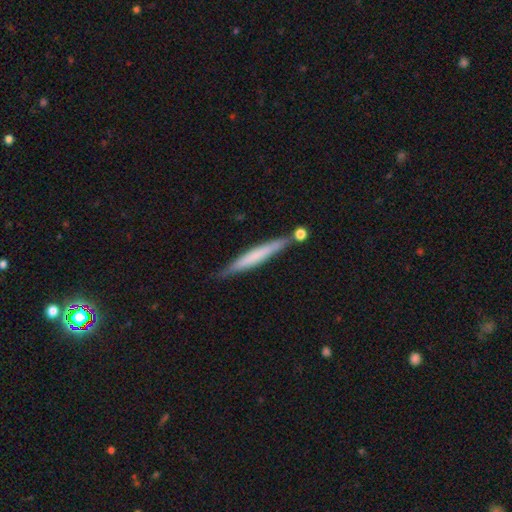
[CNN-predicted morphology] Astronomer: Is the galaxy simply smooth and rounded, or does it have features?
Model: smooth — 57% (runner-up: featured or disk, 37%).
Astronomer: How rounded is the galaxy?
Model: cigar-shaped — 95%.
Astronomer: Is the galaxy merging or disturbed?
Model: none — 75%.